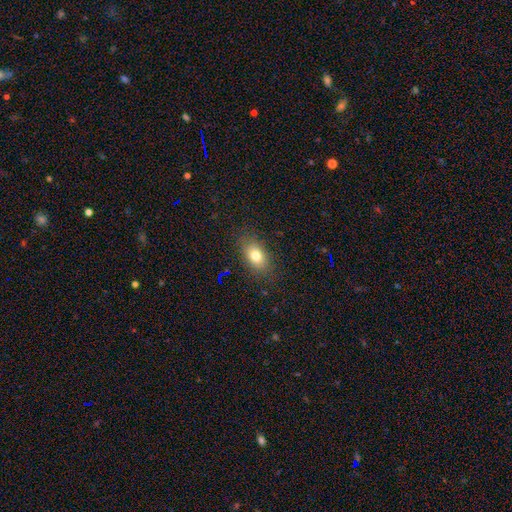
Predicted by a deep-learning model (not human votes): The model was most divided on "smooth or featured": smooth: 78%, featured or disk: 12%, star or artifact: 11%. More confident: merging — none (84%); how rounded — in between (84%).